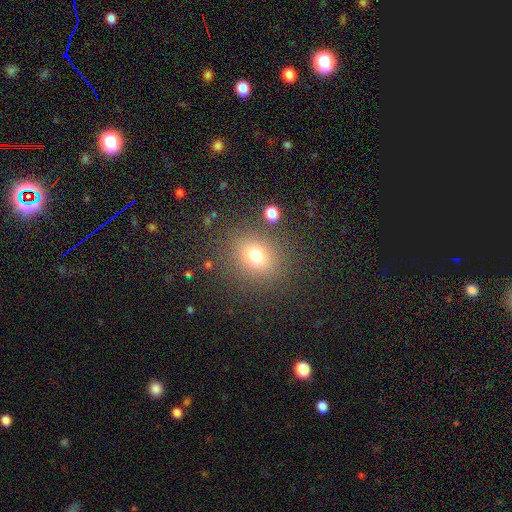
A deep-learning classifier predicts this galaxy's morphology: Overall: smooth (75%). How rounded: round (59%; in between 39%). Merging: none (82%).